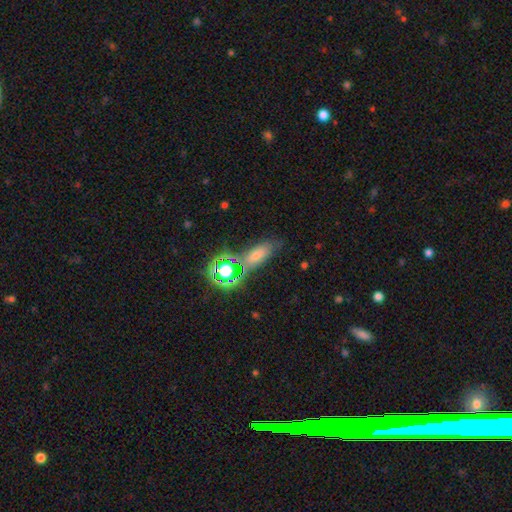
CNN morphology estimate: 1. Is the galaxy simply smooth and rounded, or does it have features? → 51% smooth, 35% star or artifact, 14% featured or disk.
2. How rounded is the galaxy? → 62% in between, 25% cigar-shaped, 13% round.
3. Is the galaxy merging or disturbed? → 69% none, 15% minor disturbance, 11% merger, 5% major disturbance.